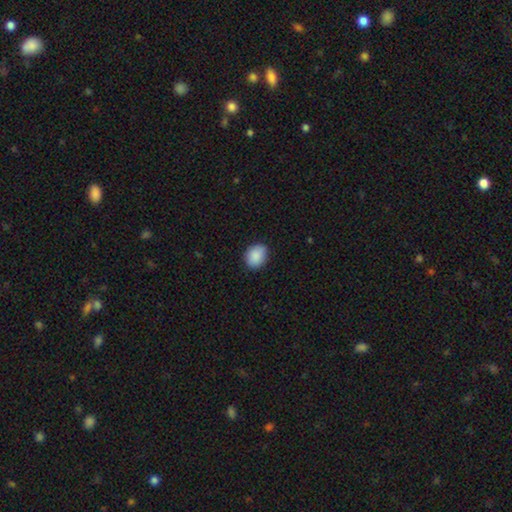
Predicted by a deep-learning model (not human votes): This is clearly a smooth galaxy (89%). How rounded: possibly in between (55%). Merging: clearly none (83%).